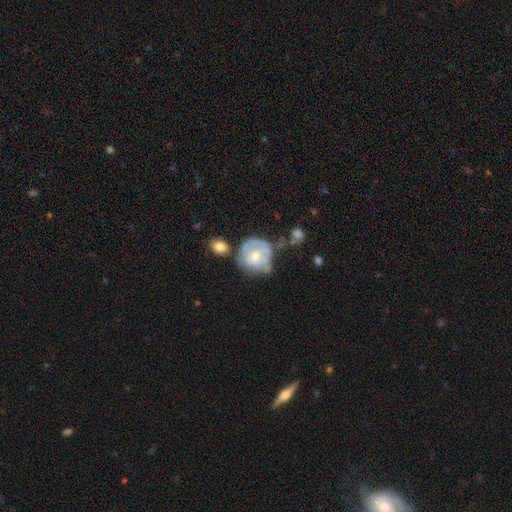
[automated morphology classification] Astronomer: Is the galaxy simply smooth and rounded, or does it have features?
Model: smooth — 47% (runner-up: featured or disk, 46%).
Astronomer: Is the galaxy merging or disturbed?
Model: none — 34% (runner-up: minor disturbance, 29%).